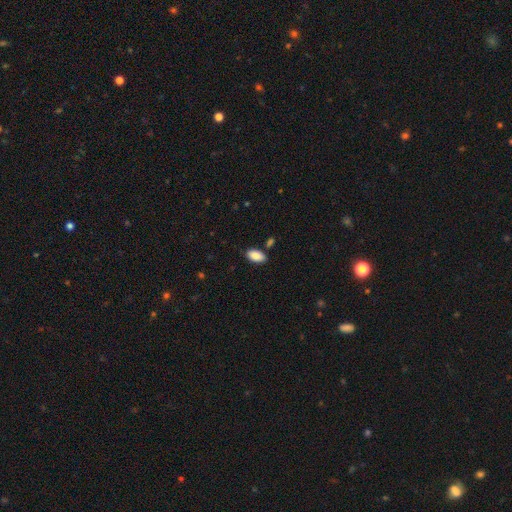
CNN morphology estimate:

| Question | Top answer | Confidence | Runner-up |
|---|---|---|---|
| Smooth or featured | smooth | 89% | star or artifact (7%) |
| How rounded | in between | 94% | cigar-shaped (3%) |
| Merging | none | 84% | minor disturbance (10%) |